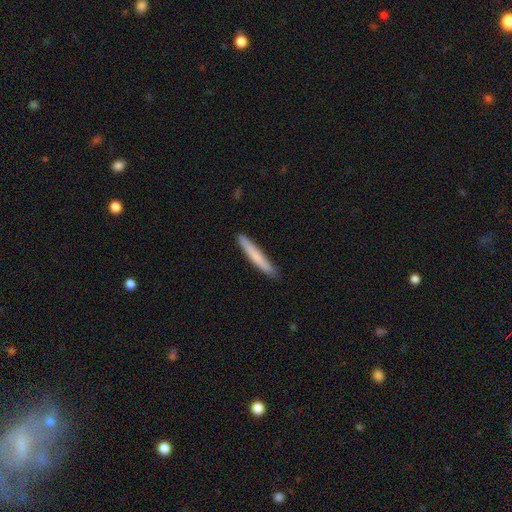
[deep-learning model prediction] Morphology: type=smooth (74%); roundness=cigar-shaped (96%); merging=none (91%).